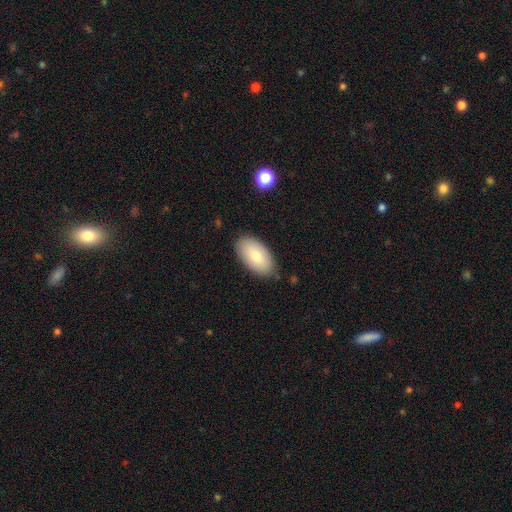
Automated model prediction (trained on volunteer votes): Smooth or featured: smooth — 78% (featured or disk — 16%)
How rounded: in between — 95% (round — 3%)
Merging: none — 83% (minor disturbance — 13%)